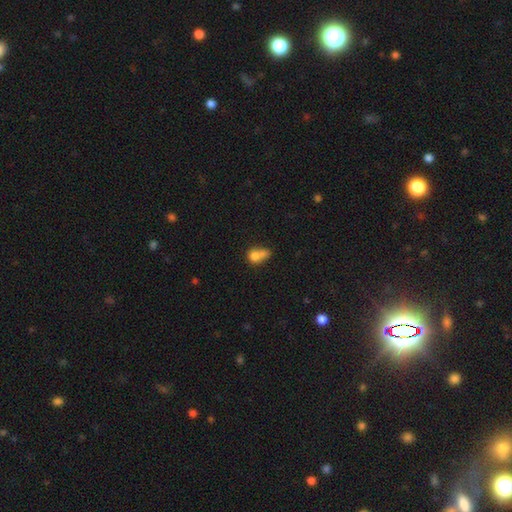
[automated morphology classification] Smooth or featured?
  - smooth: 73% *
  - featured or disk: 16%
  - star or artifact: 11%
How rounded?
  - round: 49% *
  - in between: 48%
  - cigar-shaped: 3%
Merging?
  - merger: 49% *
  - none: 25%
  - minor disturbance: 15%
  - major disturbance: 11%